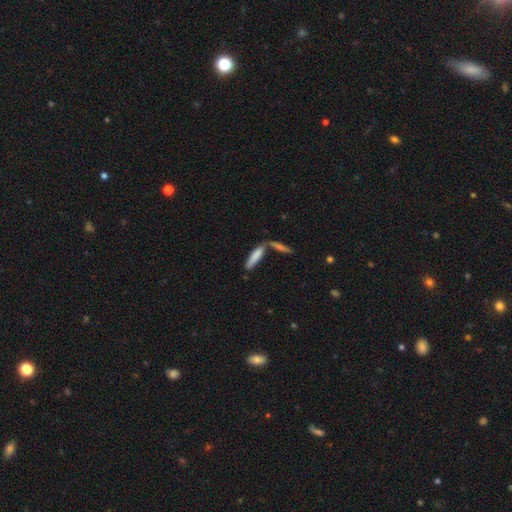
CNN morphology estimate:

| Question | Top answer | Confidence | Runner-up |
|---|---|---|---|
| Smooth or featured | smooth | 78% | featured or disk (15%) |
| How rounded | cigar-shaped | 74% | in between (24%) |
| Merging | none | 50% | merger (35%) |